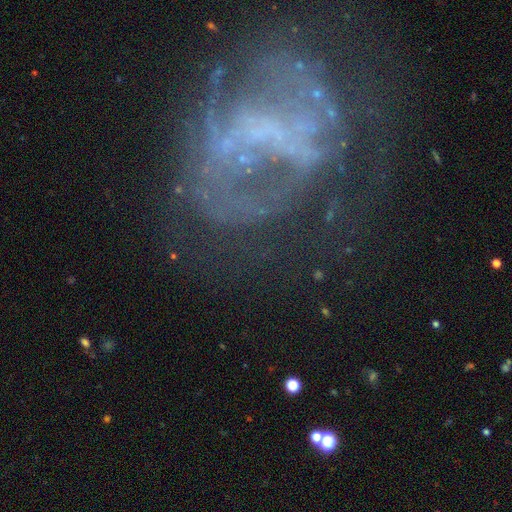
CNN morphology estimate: Smooth or featured? featured or disk (68%)
Edge-on disk? no (97%)
Bar? no (64%)
Spiral arms? no (61%)
Bulge size? none (67%)
Merging? none (48%)